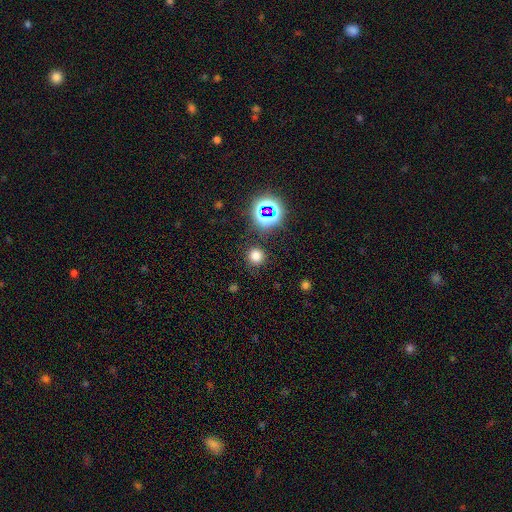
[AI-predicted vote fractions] This is likely a smooth galaxy (70%). How rounded: clearly round (92%). Merging: clearly none (86%).